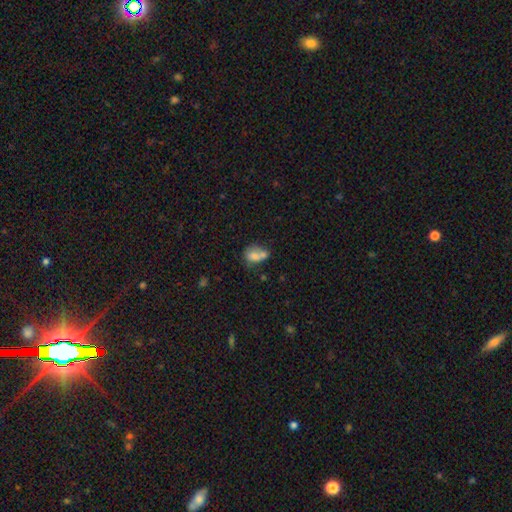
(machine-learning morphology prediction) This is likely a smooth galaxy (72%). How rounded: possibly in between (58%). Merging: possibly merger (52%).